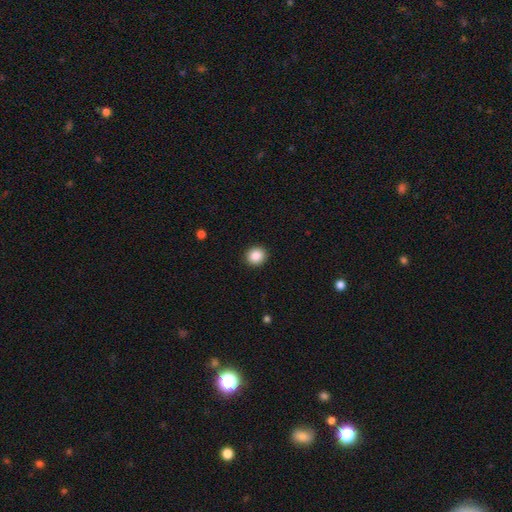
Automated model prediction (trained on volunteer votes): Smooth or featured? smooth (88%)
How rounded? round (87%)
Merging? none (92%)